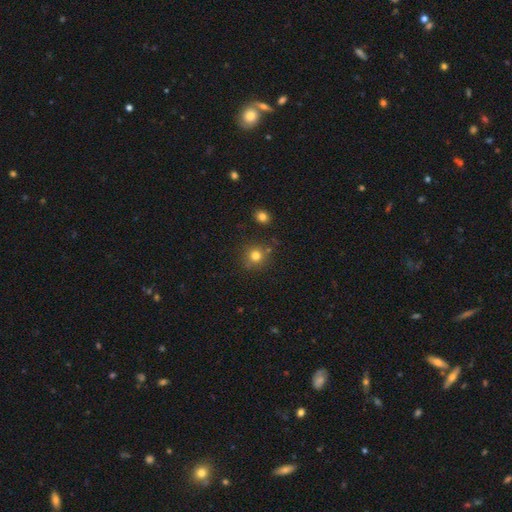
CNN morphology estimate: smooth 78%, star or artifact 15%, featured or disk 8%. Down the decision tree: how rounded — round (90%); merging — none (80%).